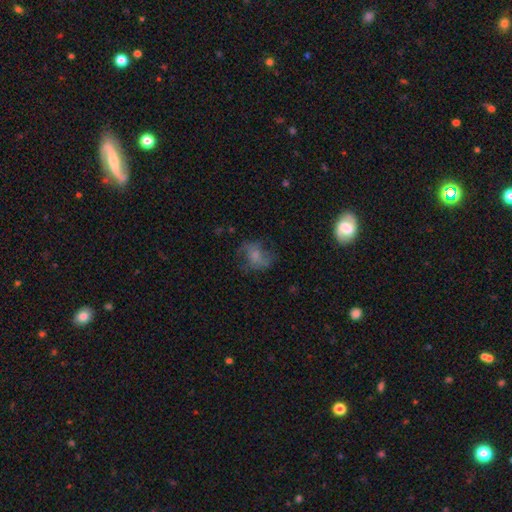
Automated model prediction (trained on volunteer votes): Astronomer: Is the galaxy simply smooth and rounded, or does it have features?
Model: smooth — 51% (runner-up: featured or disk, 36%).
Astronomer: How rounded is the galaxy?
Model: in between — 53% (runner-up: round, 46%).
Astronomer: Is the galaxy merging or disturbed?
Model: none — 52%.